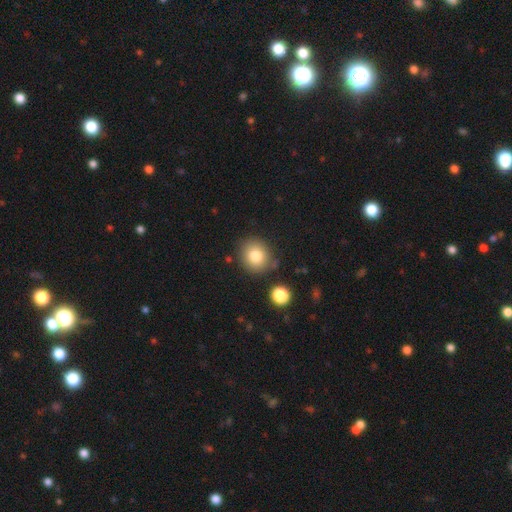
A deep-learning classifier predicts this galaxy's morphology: Q: Smooth or featured?
A: smooth (80%); runner-up: star or artifact (10%)
Q: How rounded?
A: round (79%); runner-up: in between (20%)
Q: Merging?
A: none (79%); runner-up: minor disturbance (11%)